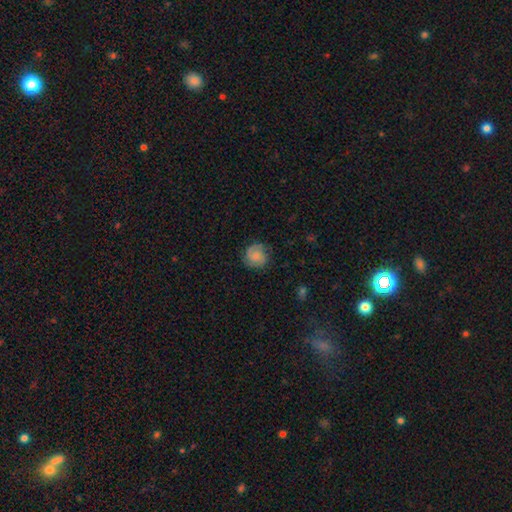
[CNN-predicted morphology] Q: Smooth or featured?
A: featured or disk (56%); runner-up: smooth (36%)
Q: Edge-on disk?
A: no (98%); runner-up: yes (2%)
Q: Bar?
A: no (69%); runner-up: weak (27%)
Q: Spiral arms?
A: yes (94%); runner-up: no (6%)
Q: Spiral winding?
A: tight (53%); runner-up: medium (37%)
Q: Spiral arm count?
A: 2 (68%); runner-up: can't tell (12%)
Q: Bulge size?
A: small (40%); runner-up: none (33%)
Q: Merging?
A: none (79%); runner-up: minor disturbance (15%)